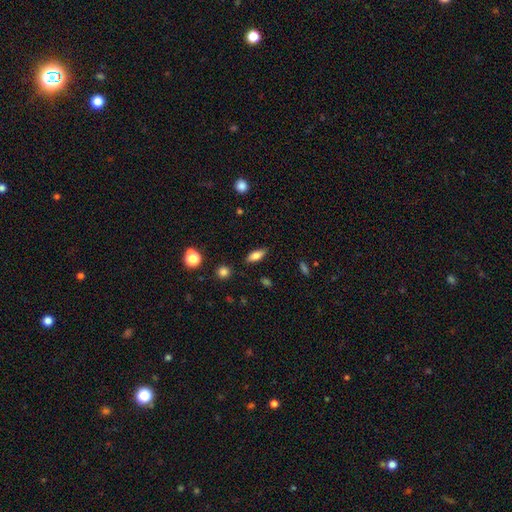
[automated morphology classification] Smooth or featured?
  - smooth: 76% *
  - featured or disk: 15%
  - star or artifact: 9%
How rounded?
  - in between: 74% *
  - cigar-shaped: 22%
  - round: 4%
Merging?
  - none: 83% *
  - minor disturbance: 12%
  - major disturbance: 3%
  - merger: 2%